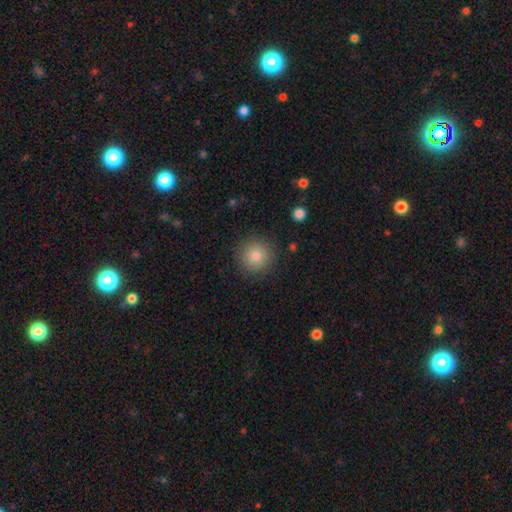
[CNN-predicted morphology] Overall: smooth (82%). How rounded: round (95%). Merging: none (90%).